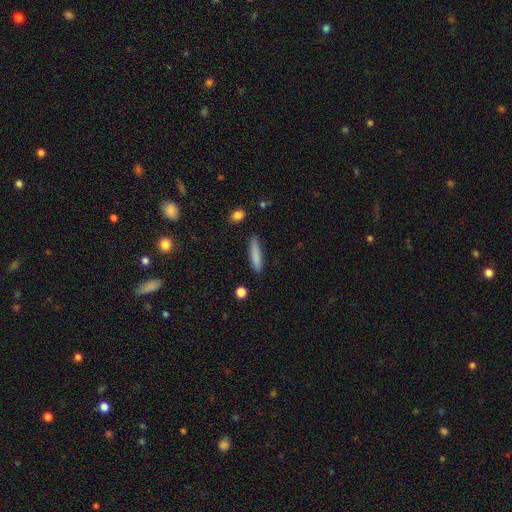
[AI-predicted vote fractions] The model was most divided on "smooth or featured": smooth: 83%, featured or disk: 10%, star or artifact: 6%. More confident: merging — none (86%); how rounded — cigar-shaped (86%).